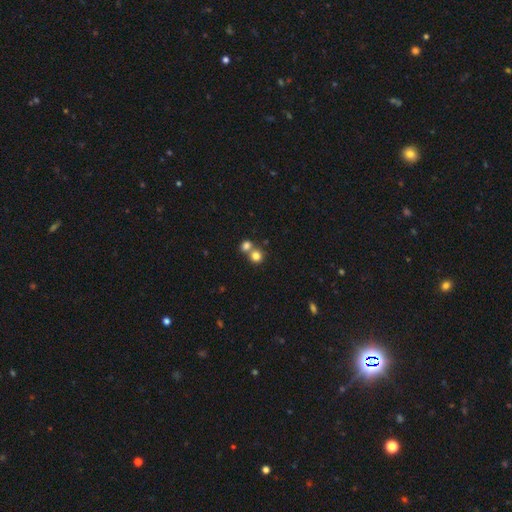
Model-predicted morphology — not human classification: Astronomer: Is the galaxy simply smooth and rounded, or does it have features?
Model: smooth — 80%.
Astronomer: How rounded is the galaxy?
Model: round — 86%.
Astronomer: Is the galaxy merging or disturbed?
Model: none — 46%, tied with merger at 46%.